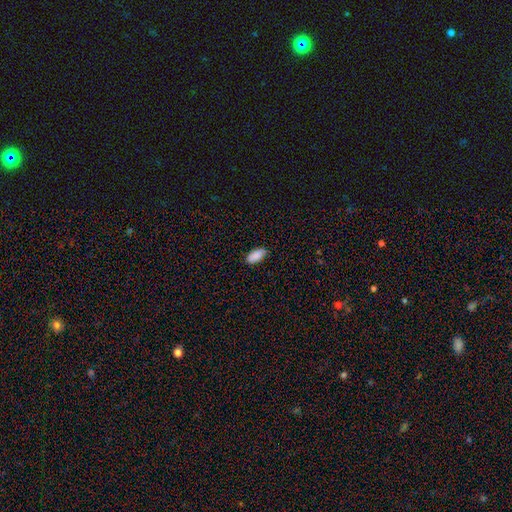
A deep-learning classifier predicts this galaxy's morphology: Overall: smooth (89%). How rounded: in between (92%). Merging: none (84%).